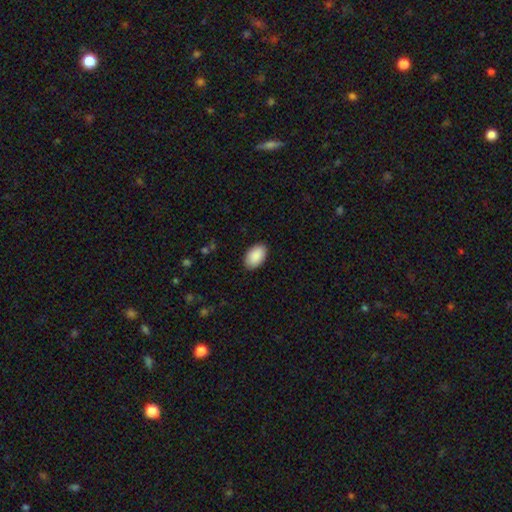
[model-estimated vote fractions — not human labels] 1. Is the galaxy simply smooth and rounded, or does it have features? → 91% smooth, 6% star or artifact, 3% featured or disk.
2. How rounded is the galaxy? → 94% in between, 5% round, 1% cigar-shaped.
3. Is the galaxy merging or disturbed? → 88% none, 9% minor disturbance, 2% major disturbance, 1% merger.